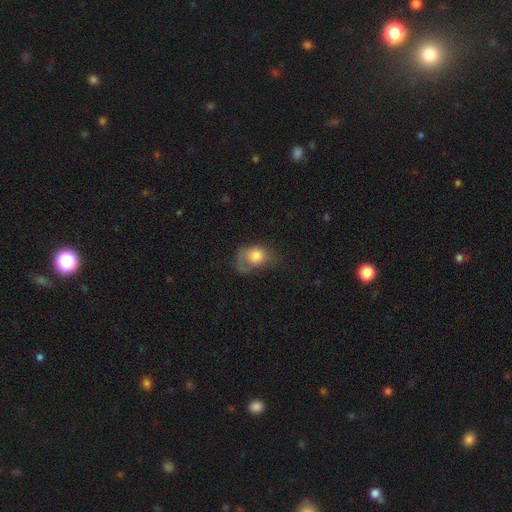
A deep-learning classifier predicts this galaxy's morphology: The model was most divided on "merging": major disturbance: 38%, none: 29%, minor disturbance: 28%, merger: 4%. More confident: smooth or featured — smooth (70%); how rounded — in between (61%).